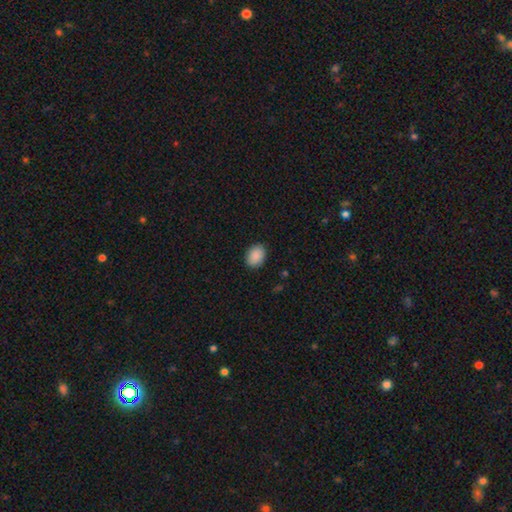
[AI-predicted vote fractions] This appears to be a smooth galaxy with no disk features (90%) that is in between round and cigar-shaped (76%). Merging: none (89%).